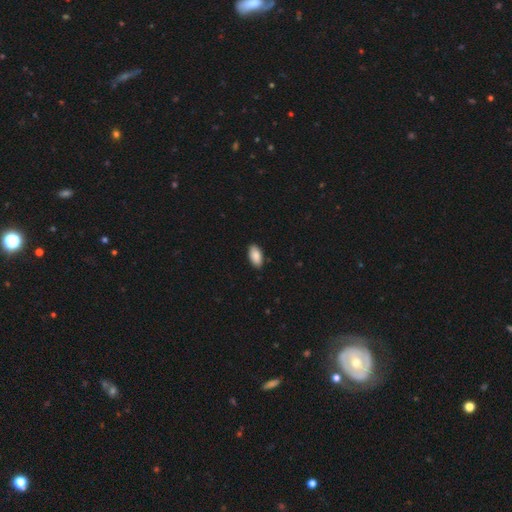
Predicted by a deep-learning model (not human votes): Smooth or featured? smooth (89%)
How rounded? in between (95%)
Merging? none (89%)